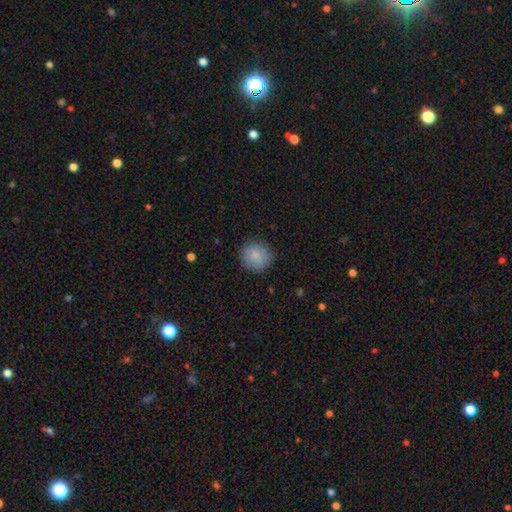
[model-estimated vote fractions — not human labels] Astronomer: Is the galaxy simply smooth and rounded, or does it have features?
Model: smooth — 86%.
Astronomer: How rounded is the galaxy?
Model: round — 87%.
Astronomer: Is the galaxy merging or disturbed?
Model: none — 85%.